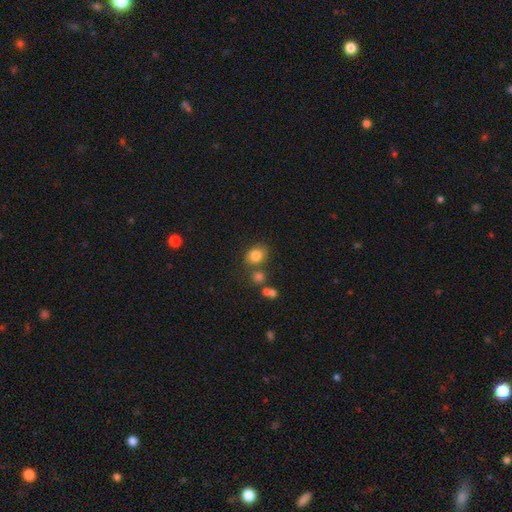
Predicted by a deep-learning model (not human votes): A smooth galaxy with no disk features (81%) that is round (54%). Merging: none (67%).